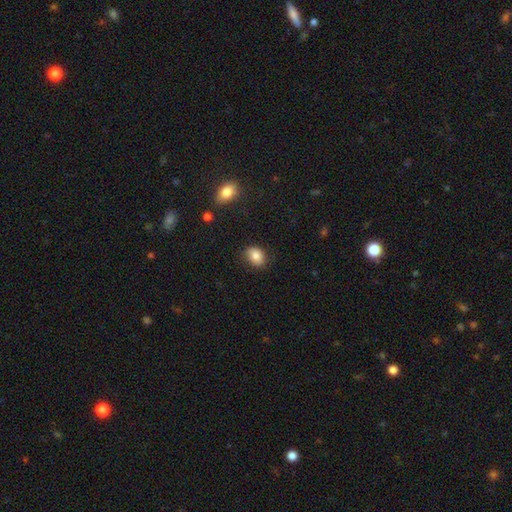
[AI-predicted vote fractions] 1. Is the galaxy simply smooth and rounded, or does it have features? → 84% smooth, 9% star or artifact, 8% featured or disk.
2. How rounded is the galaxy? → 61% in between, 38% round, 1% cigar-shaped.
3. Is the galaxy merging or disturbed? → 79% none, 17% minor disturbance, 3% major disturbance, 1% merger.